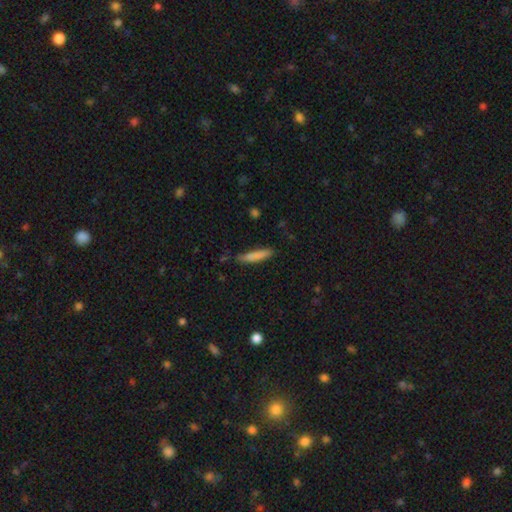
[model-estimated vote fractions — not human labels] Smooth or featured: smooth — 82% (featured or disk — 12%)
How rounded: cigar-shaped — 88% (in between — 11%)
Merging: none — 77% (minor disturbance — 18%)